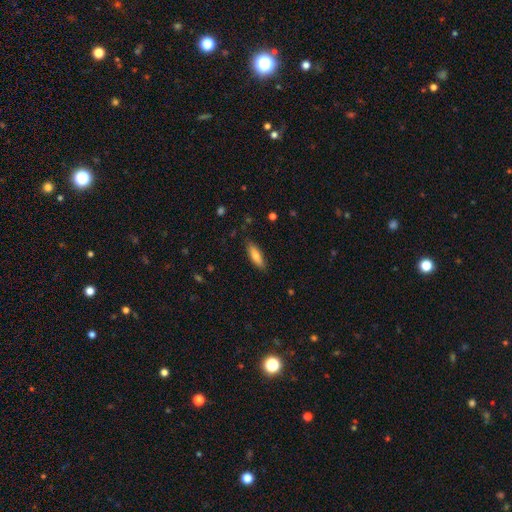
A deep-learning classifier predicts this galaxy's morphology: Smooth or featured: smooth — 72% (featured or disk — 22%)
How rounded: cigar-shaped — 55% (in between — 43%)
Merging: none — 86% (minor disturbance — 11%)